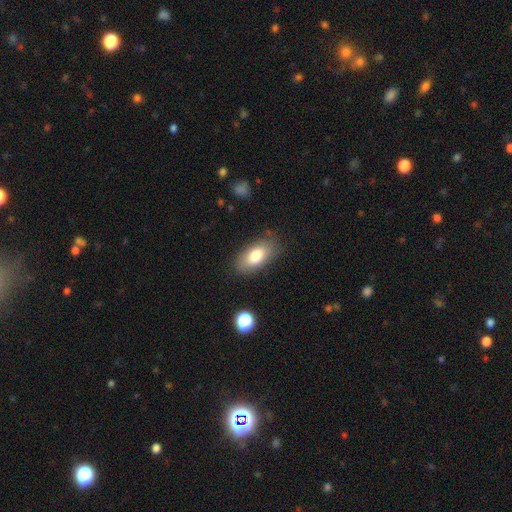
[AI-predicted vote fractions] Smooth or featured? smooth (79%)
How rounded? in between (90%)
Merging? none (80%)